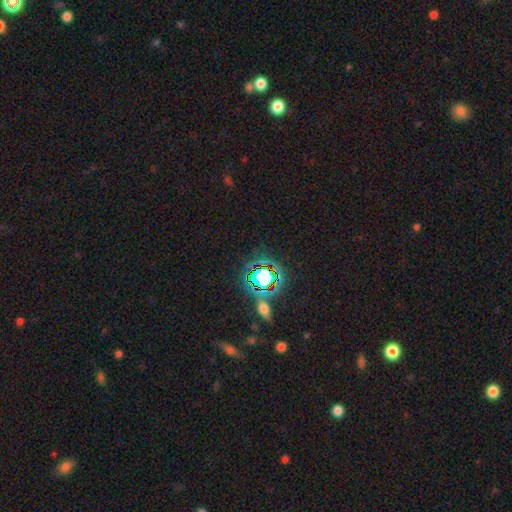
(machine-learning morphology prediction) Overall: star or artifact (80%).